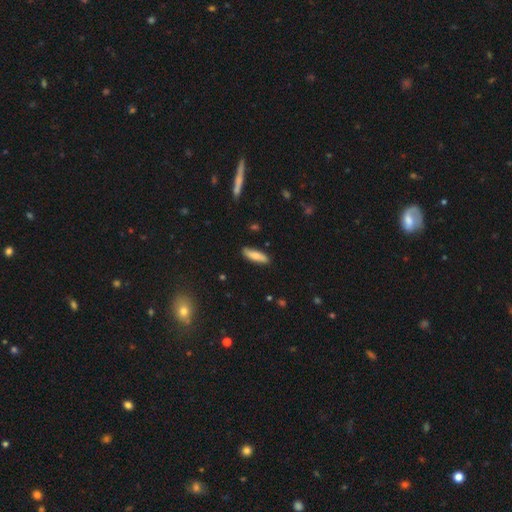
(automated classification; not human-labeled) Morphology: type=smooth (74%); roundness=cigar-shaped (58%); merging=none (86%).